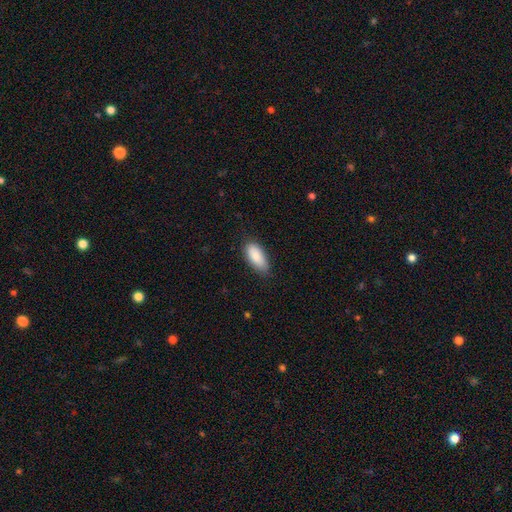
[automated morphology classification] Q: Smooth or featured?
A: smooth (86%); runner-up: featured or disk (8%)
Q: How rounded?
A: in between (88%); runner-up: cigar-shaped (10%)
Q: Merging?
A: none (79%); runner-up: minor disturbance (18%)